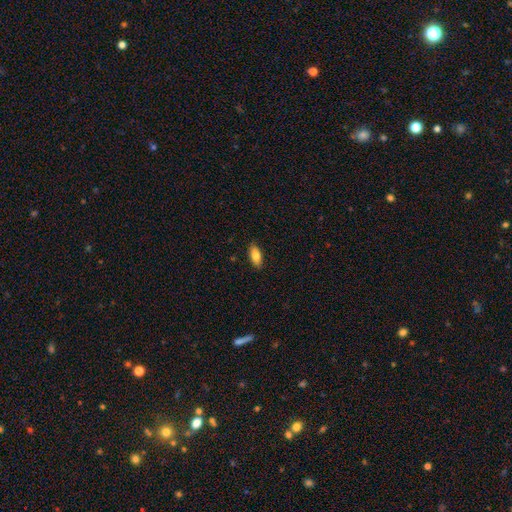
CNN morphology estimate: The model was most divided on "smooth or featured": smooth: 80%, featured or disk: 14%, star or artifact: 7%. More confident: merging — none (88%); how rounded — in between (86%).